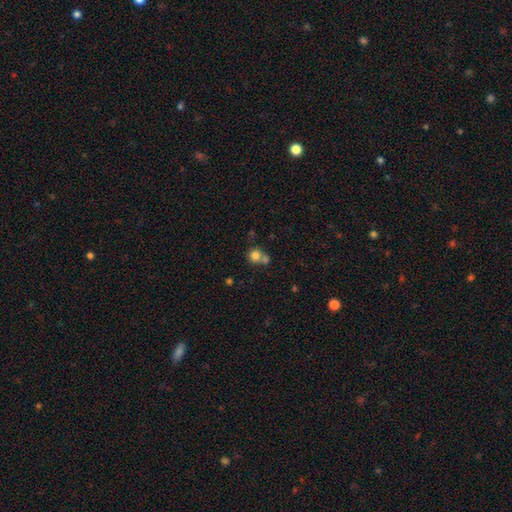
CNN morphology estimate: Q: Smooth or featured?
A: smooth (79%); runner-up: star or artifact (11%)
Q: How rounded?
A: round (87%); runner-up: in between (12%)
Q: Merging?
A: none (45%); runner-up: merger (43%)